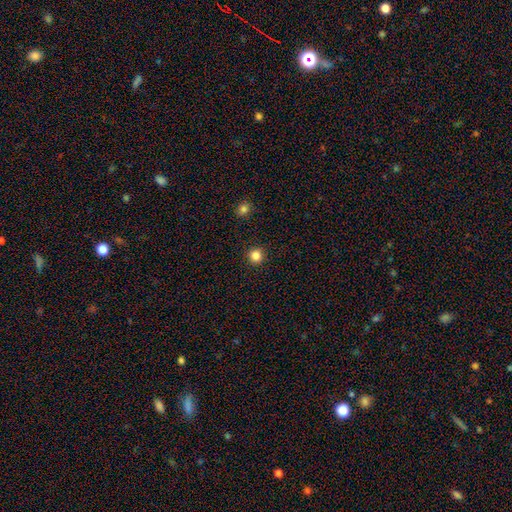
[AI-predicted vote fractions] Smooth or featured: smooth — 84% (star or artifact — 12%)
How rounded: round — 94% (in between — 5%)
Merging: none — 92% (minor disturbance — 5%)